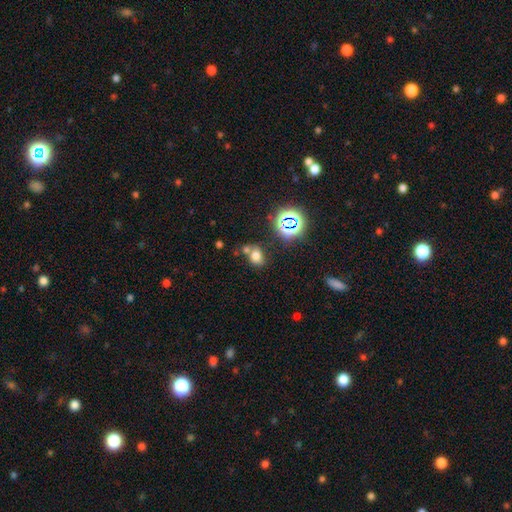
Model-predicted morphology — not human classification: A smooth galaxy with no disk features (67%) that is in between round and cigar-shaped (59%).

Vote fractions:
- Smooth or featured? smooth: 67% / star or artifact: 21% / featured or disk: 11%
- How rounded? in between: 59% / round: 40% / cigar-shaped: 1%
- Merging? none: 53% / merger: 29% / minor disturbance: 13% / major disturbance: 5%